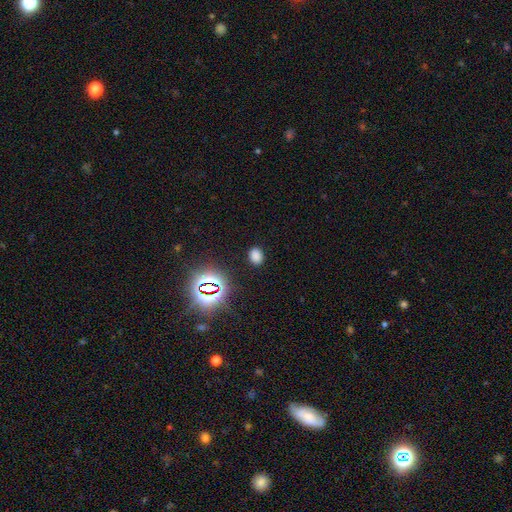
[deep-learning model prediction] Q: Smooth or featured?
A: smooth (72%); runner-up: star or artifact (23%)
Q: How rounded?
A: in between (65%); runner-up: round (34%)
Q: Merging?
A: none (87%); runner-up: minor disturbance (9%)